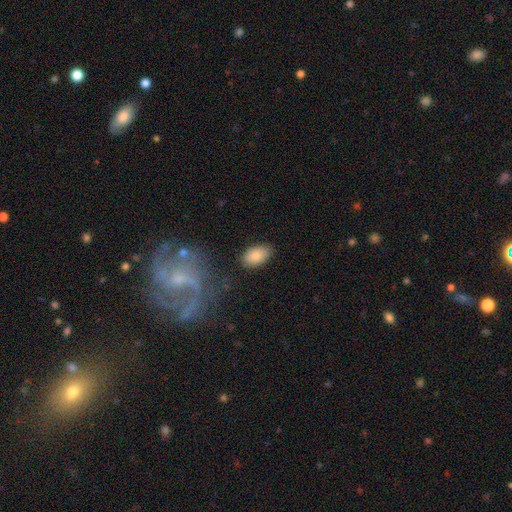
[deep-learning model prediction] Overall: smooth (86%). How rounded: in between (94%). Merging: none (84%).